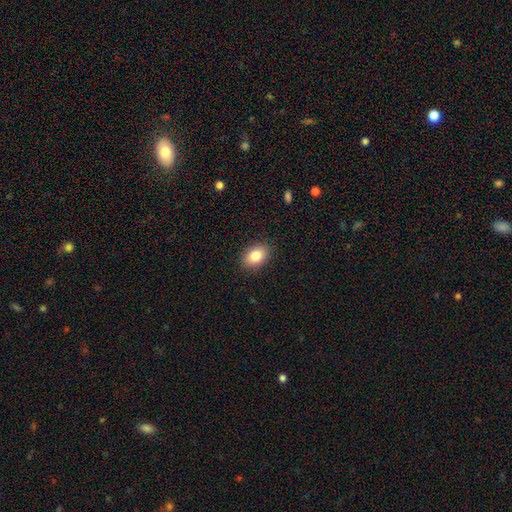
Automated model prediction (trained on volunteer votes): Smooth or featured: smooth — 83% (featured or disk — 9%)
How rounded: in between — 81% (round — 18%)
Merging: none — 88% (minor disturbance — 9%)